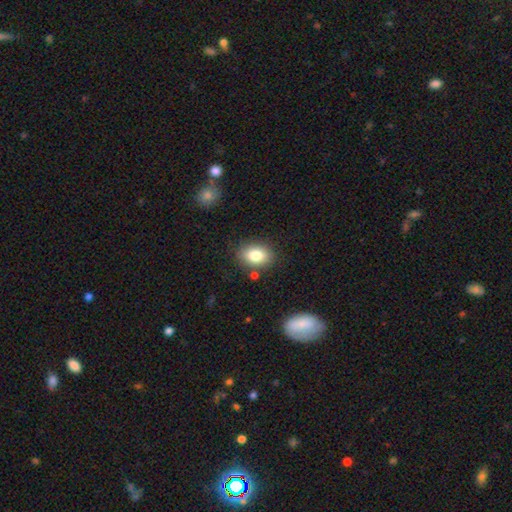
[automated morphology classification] Smooth or featured: smooth — 81% (featured or disk — 10%)
How rounded: in between — 73% (round — 25%)
Merging: none — 81% (minor disturbance — 11%)